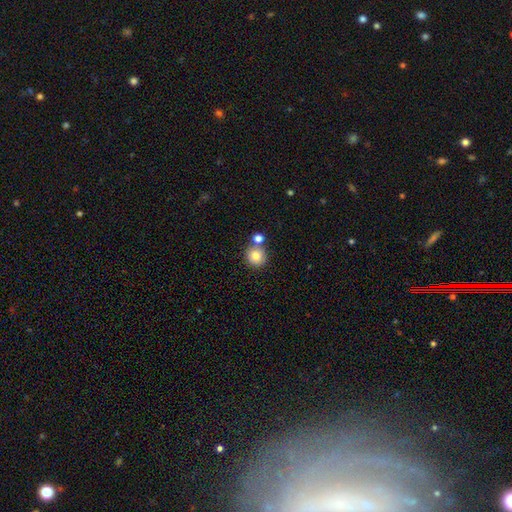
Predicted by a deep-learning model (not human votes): Morphology: type=smooth (82%); roundness=round (91%); merging=none (67%).